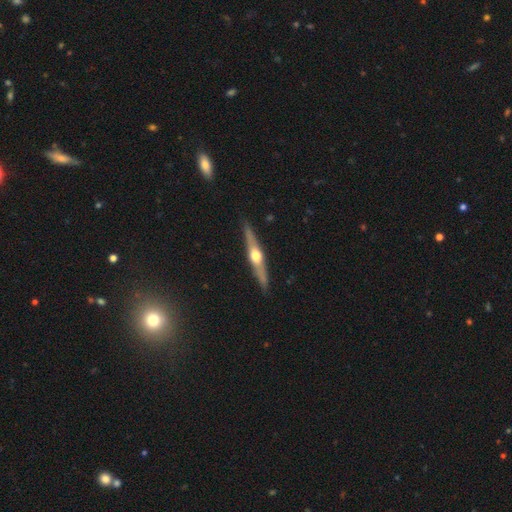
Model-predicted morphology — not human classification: This appears to be a featured or disk galaxy (73%) viewed edge-on (97%) with a rounded central bulge (95%). Merging: none (90%).